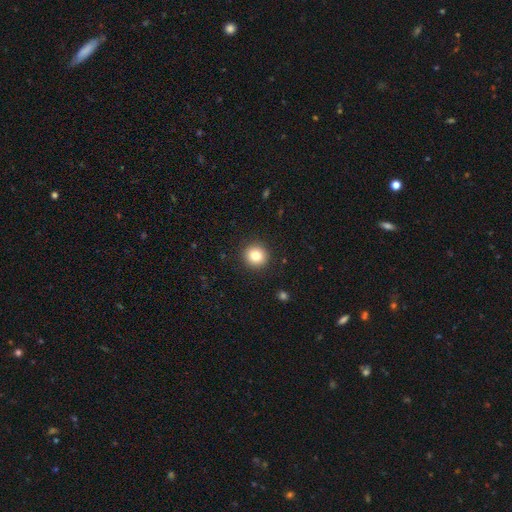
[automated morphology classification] smooth-or-featured: smooth: 81% | star or artifact: 10% | featured or disk: 8%
  how-rounded: round: 92% | in between: 7% | cigar-shaped: 1%
  merging: none: 92% | minor disturbance: 5% | major disturbance: 2% | merger: 1%